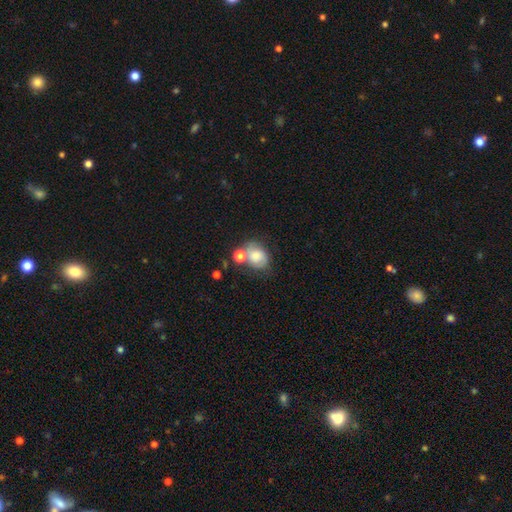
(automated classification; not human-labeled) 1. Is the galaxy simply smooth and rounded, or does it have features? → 65% smooth, 24% featured or disk, 11% star or artifact.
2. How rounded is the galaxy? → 51% round, 48% in between, 1% cigar-shaped.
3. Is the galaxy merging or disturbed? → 46% none, 26% merger, 20% minor disturbance, 9% major disturbance.